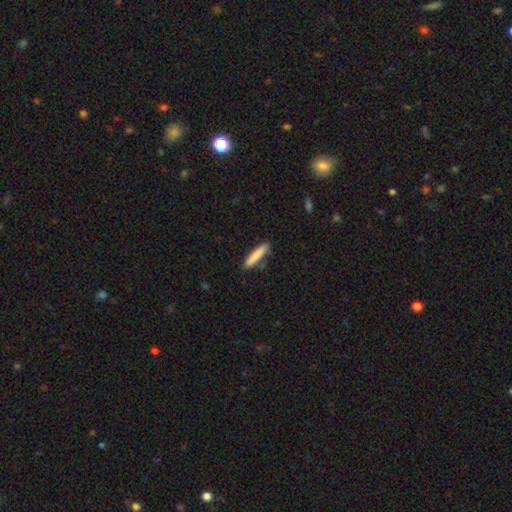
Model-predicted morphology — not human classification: This is clearly a smooth galaxy (83%). How rounded: clearly cigar-shaped (90%). Merging: clearly none (84%).